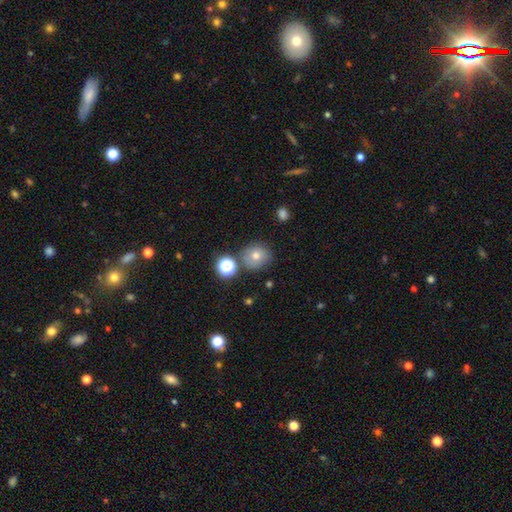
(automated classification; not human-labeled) Morphology: type=smooth (64%); roundness=round (88%); merging=none (80%).